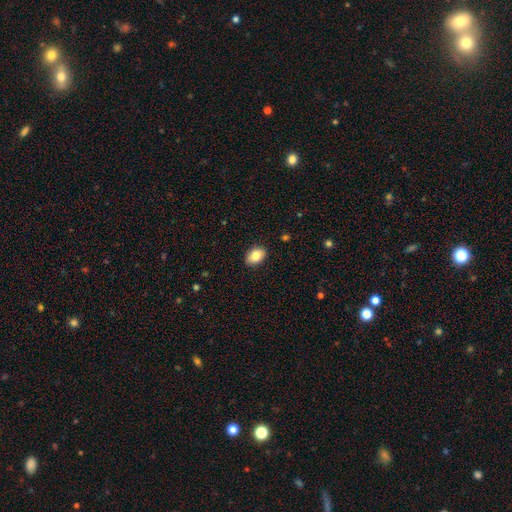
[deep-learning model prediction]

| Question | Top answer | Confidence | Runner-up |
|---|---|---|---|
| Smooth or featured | smooth | 84% | featured or disk (9%) |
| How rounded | in between | 84% | round (15%) |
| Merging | none | 89% | minor disturbance (9%) |